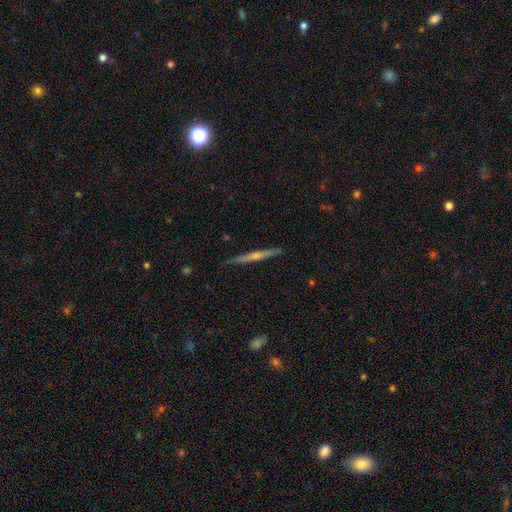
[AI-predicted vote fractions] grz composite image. It shows a featured or disk galaxy (64%) viewed edge-on (95%) with a rounded central bulge (67%). Merging: none (89%).